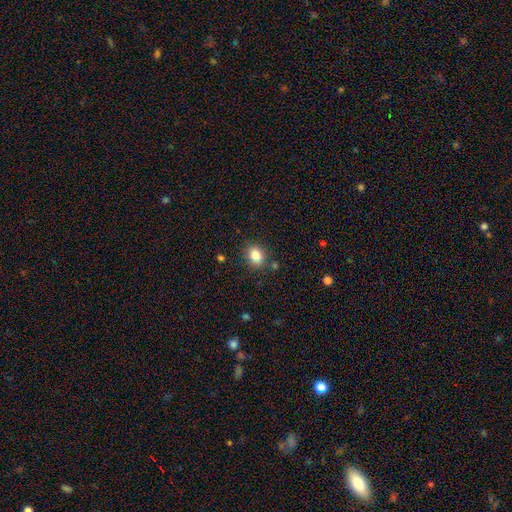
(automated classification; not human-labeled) A smooth galaxy with no disk features (81%) that is round (56%).

Vote fractions:
- Smooth or featured? smooth: 81% / star or artifact: 12% / featured or disk: 8%
- How rounded? round: 56% / in between: 43% / cigar-shaped: 1%
- Merging? none: 80% / minor disturbance: 12% / merger: 5% / major disturbance: 3%